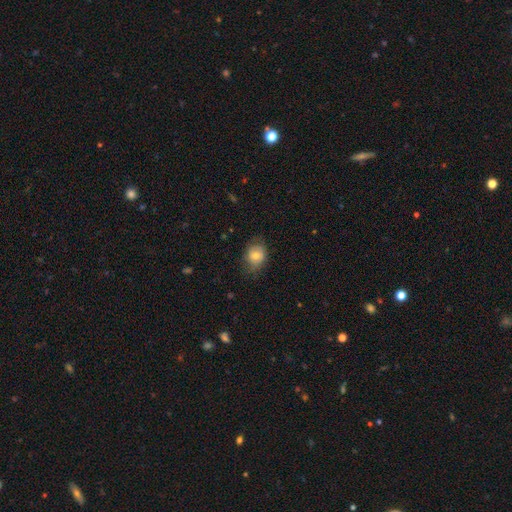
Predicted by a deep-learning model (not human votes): smooth-or-featured: smooth: 69% | featured or disk: 22% | star or artifact: 9%
  how-rounded: in between: 50% | round: 49% | cigar-shaped: 1%
  merging: none: 67% | minor disturbance: 24% | major disturbance: 8% | merger: 1%